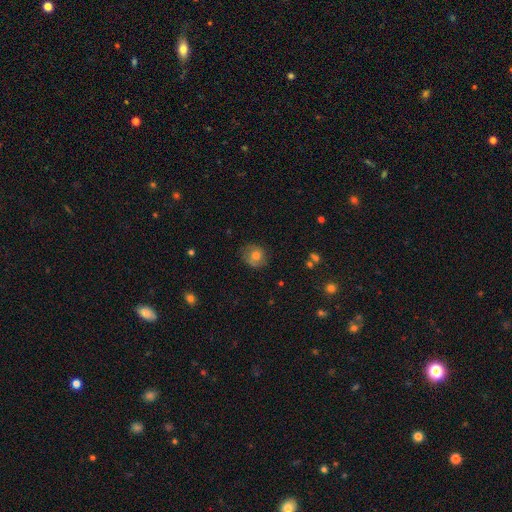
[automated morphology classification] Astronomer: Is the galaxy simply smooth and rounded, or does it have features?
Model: smooth — 70%.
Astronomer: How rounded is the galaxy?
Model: round — 81%.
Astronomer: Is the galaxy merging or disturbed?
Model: none — 73%.